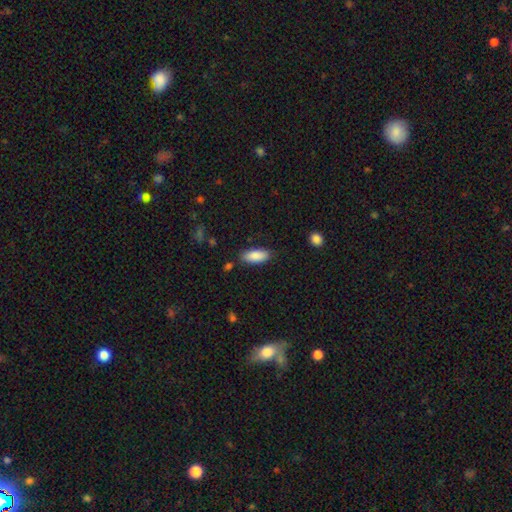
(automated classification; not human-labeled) smooth_or_featured: smooth (p=0.88) [alt: star or artifact p=0.06]
how_rounded: in between (p=0.83) [alt: cigar-shaped p=0.15]
merging: none (p=0.83) [alt: minor disturbance p=0.12]